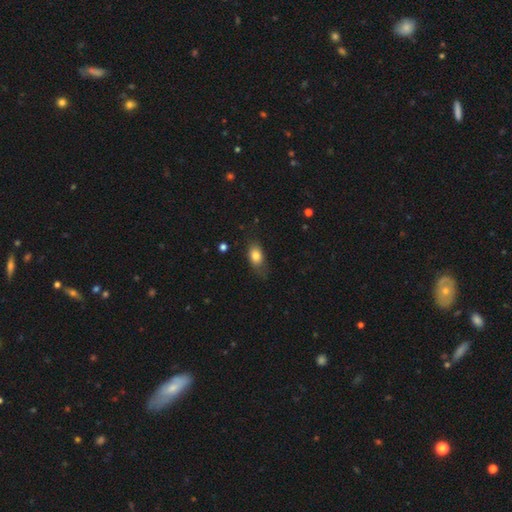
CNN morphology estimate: Smooth or featured? Predicted: smooth (p=0.81). How rounded? Predicted: in between (p=0.82). Merging? Predicted: none (p=0.65).